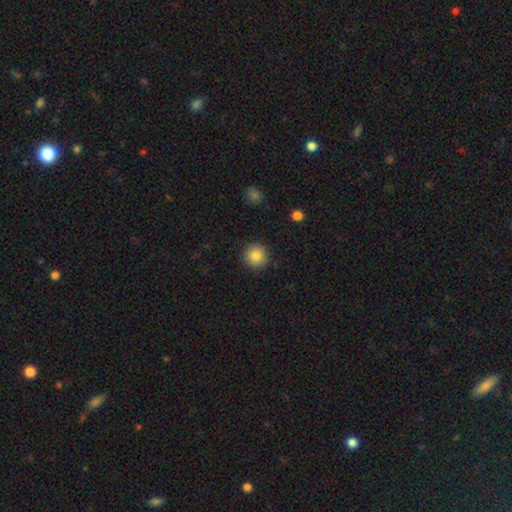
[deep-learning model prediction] Smooth or featured?
  - smooth: 85% *
  - star or artifact: 9%
  - featured or disk: 5%
How rounded?
  - round: 95% *
  - in between: 4%
  - cigar-shaped: 1%
Merging?
  - none: 91% *
  - minor disturbance: 6%
  - major disturbance: 2%
  - merger: 1%